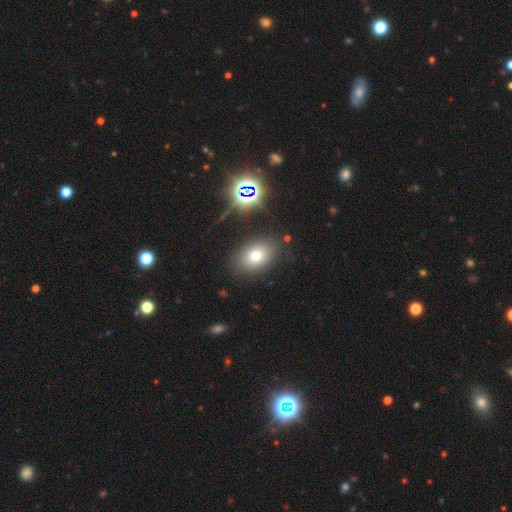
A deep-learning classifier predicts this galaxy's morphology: A smooth galaxy with no disk features (71%) that is in between round and cigar-shaped (79%).

Vote fractions:
- Smooth or featured? smooth: 71% / star or artifact: 16% / featured or disk: 12%
- How rounded? in between: 79% / round: 19% / cigar-shaped: 1%
- Merging? none: 83% / minor disturbance: 11% / major disturbance: 4% / merger: 2%